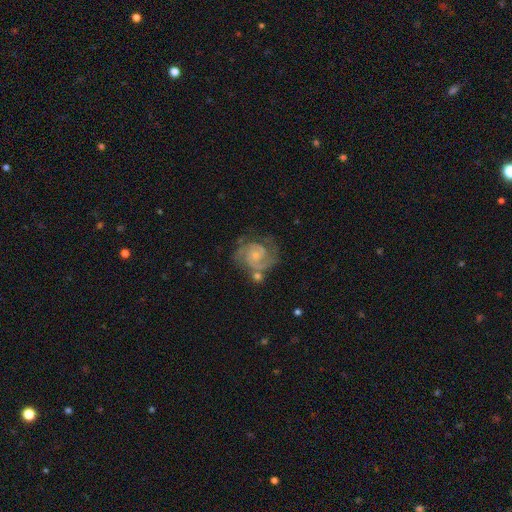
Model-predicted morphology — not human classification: smooth-or-featured: featured or disk: 87% | smooth: 7% | star or artifact: 5%
  disk-edge-on: no: 98% | yes: 2%
    bar: no: 69% | weak: 27% | strong: 5%
    has-spiral-arms: yes: 97% | no: 3%
      spiral-winding: tight: 47% | medium: 44% | loose: 9%
      spiral-arm-count: 2: 76% | 3: 11% | can't tell: 6% | 1: 2% | 4: 2% | more than 4: 2%
    bulge-size: small: 69% | moderate: 22% | none: 6% | large: 2% | dominant: 1%
  merging: none: 60% | minor disturbance: 19% | merger: 11% | major disturbance: 10%